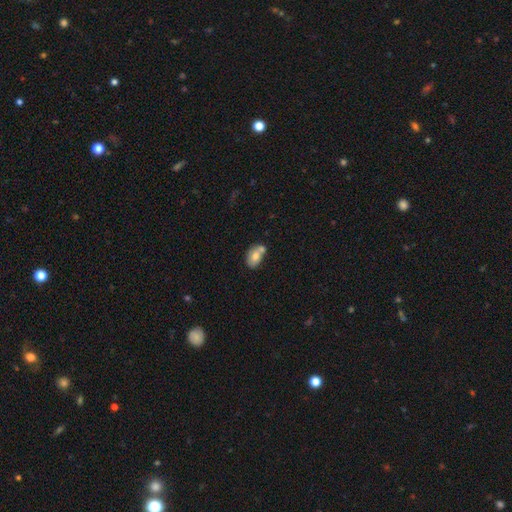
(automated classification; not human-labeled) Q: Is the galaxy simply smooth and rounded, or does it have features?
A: smooth — 70%.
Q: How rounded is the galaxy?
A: in between — 81%.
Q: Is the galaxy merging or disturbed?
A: merger — 44%.